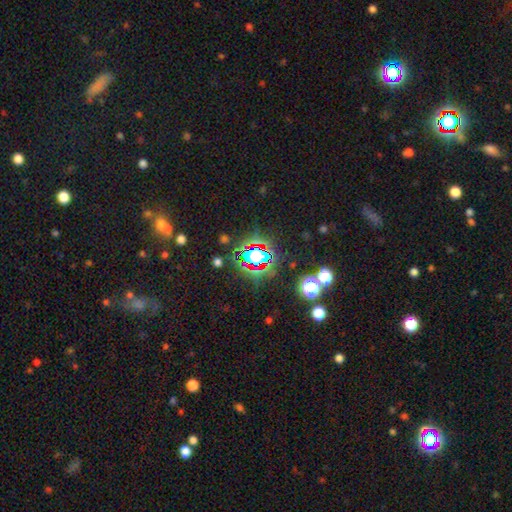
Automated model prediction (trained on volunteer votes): star or artifact 65%, smooth 24%, featured or disk 12%.